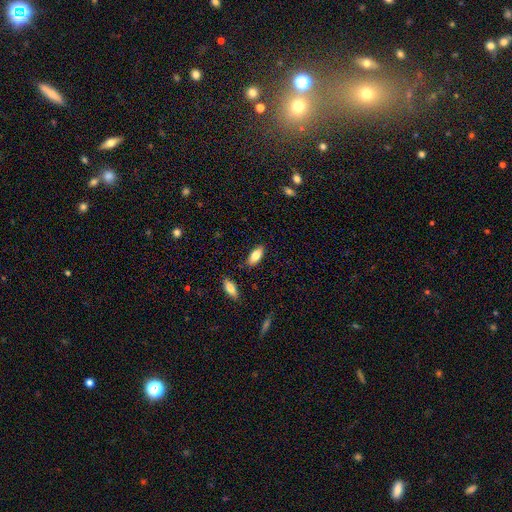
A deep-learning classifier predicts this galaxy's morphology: smooth-or-featured: smooth: 78% | featured or disk: 15% | star or artifact: 7%
  how-rounded: in between: 83% | cigar-shaped: 14% | round: 2%
  merging: none: 85% | minor disturbance: 11% | merger: 2% | major disturbance: 2%